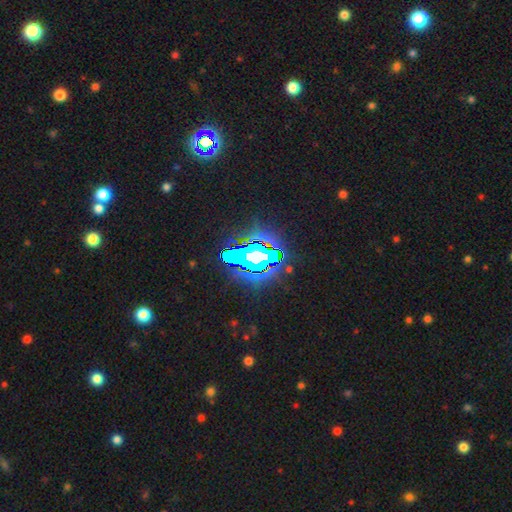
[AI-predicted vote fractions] The model was most divided on "smooth or featured": star or artifact: 63%, featured or disk: 20%, smooth: 18%.